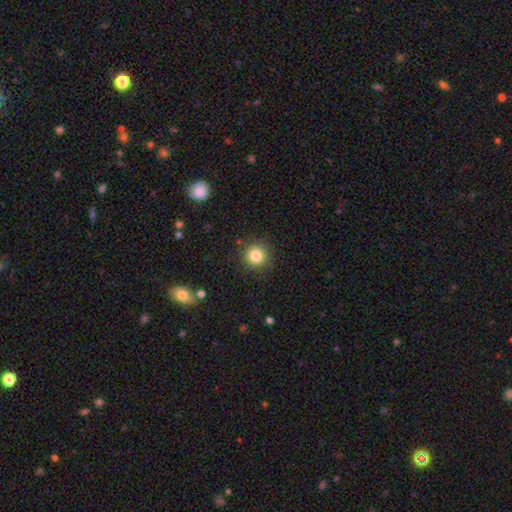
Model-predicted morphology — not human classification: Smooth or featured? Predicted: smooth (p=0.83). How rounded? Predicted: round (p=0.94). Merging? Predicted: none (p=0.88).